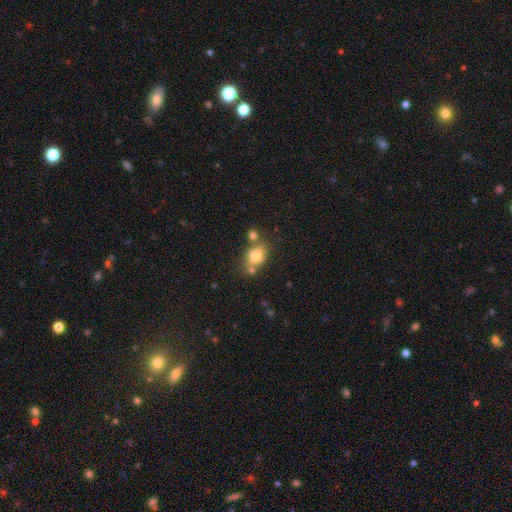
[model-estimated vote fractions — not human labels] This appears to be a smooth galaxy with no disk features (60%) that is in between round and cigar-shaped (72%). Merging: none (46%).